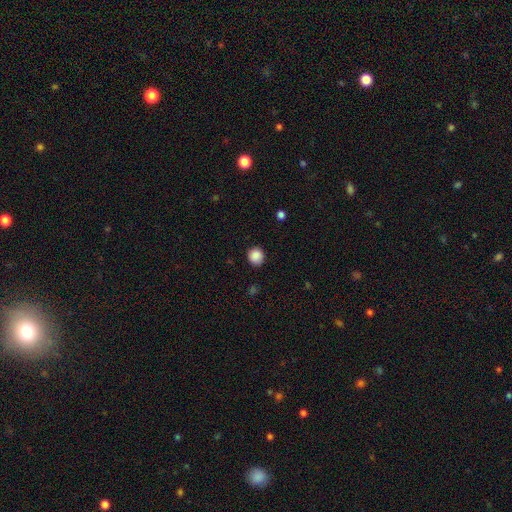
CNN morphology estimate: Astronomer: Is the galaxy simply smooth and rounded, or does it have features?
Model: smooth — 88%.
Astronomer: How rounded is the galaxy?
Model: round — 90%.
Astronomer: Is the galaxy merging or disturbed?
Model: none — 89%.